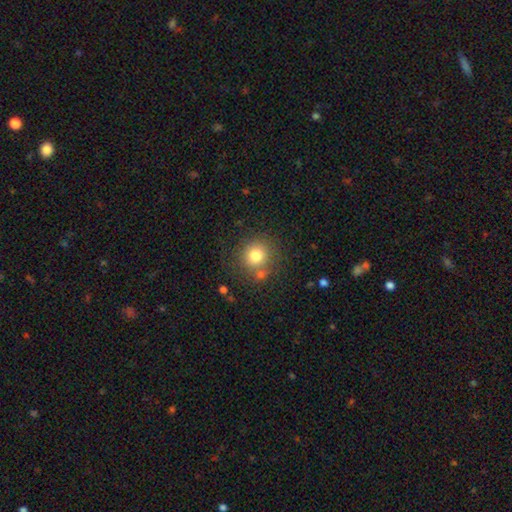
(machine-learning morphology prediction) type=smooth (78%); roundness=round (90%); merging=none (74%).